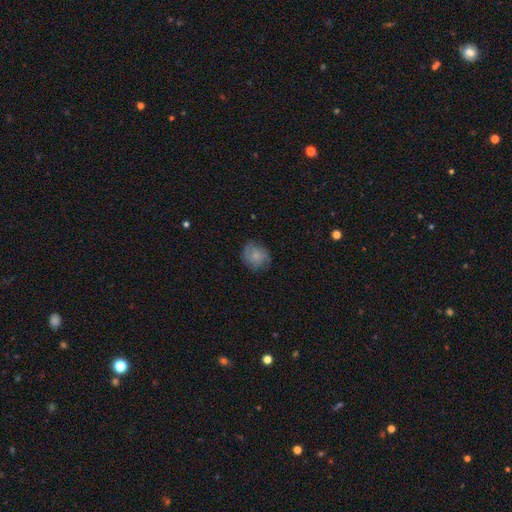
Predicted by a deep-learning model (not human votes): Overall: smooth (70%). How rounded: round (78%). Merging: none (71%).